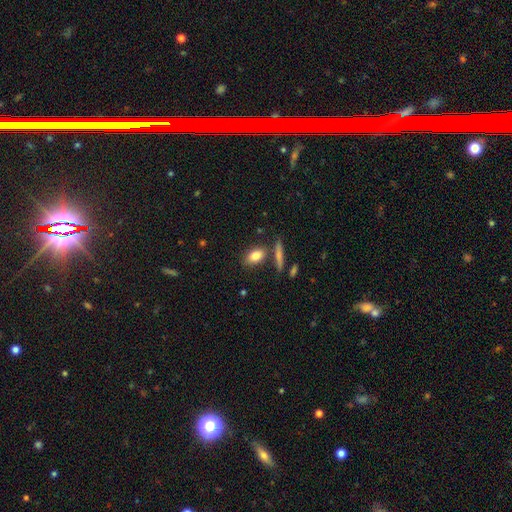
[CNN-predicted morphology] smooth_or_featured: smooth (p=0.81) [alt: featured or disk p=0.12]
how_rounded: in between (p=0.82) [alt: cigar-shaped p=0.10]
merging: none (p=0.72) [alt: merger p=0.12]